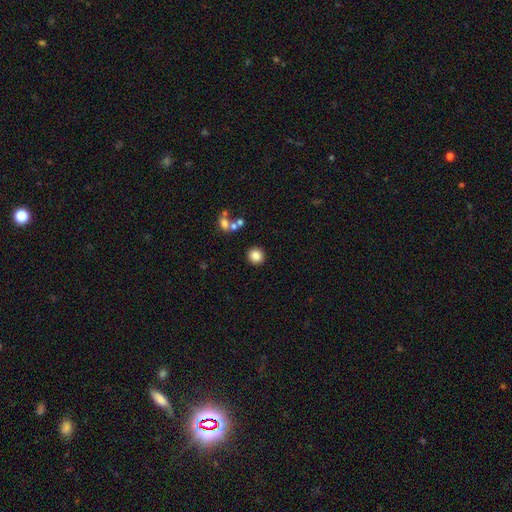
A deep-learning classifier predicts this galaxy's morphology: Smooth or featured: smooth — 84% (star or artifact — 10%)
How rounded: round — 90% (in between — 9%)
Merging: none — 88% (minor disturbance — 6%)